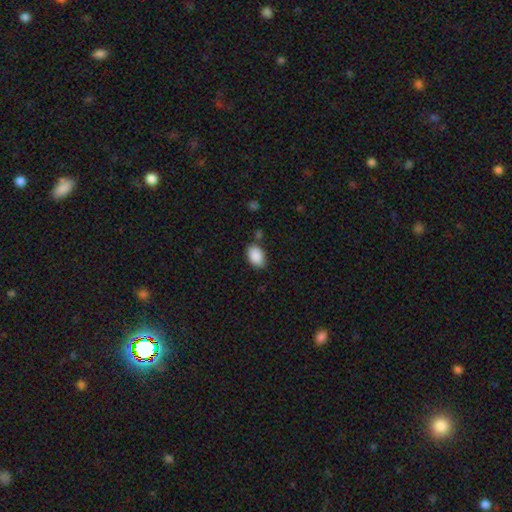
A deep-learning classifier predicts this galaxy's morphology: Smooth or featured? Predicted: smooth (p=0.89). How rounded? Predicted: in between (p=0.89). Merging? Predicted: none (p=0.76).